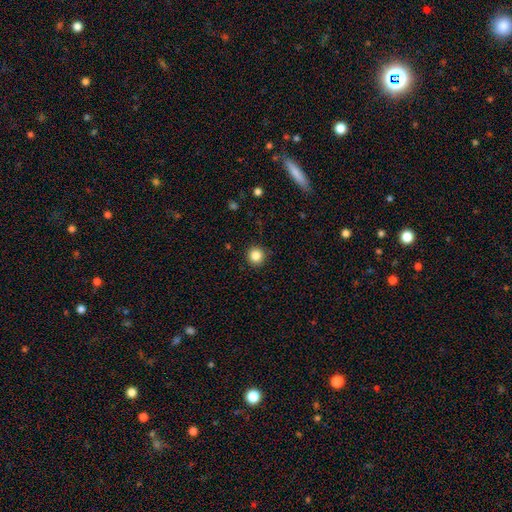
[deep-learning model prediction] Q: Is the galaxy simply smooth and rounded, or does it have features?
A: smooth — 85%.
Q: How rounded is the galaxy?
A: round — 94%.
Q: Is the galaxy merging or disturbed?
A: none — 91%.